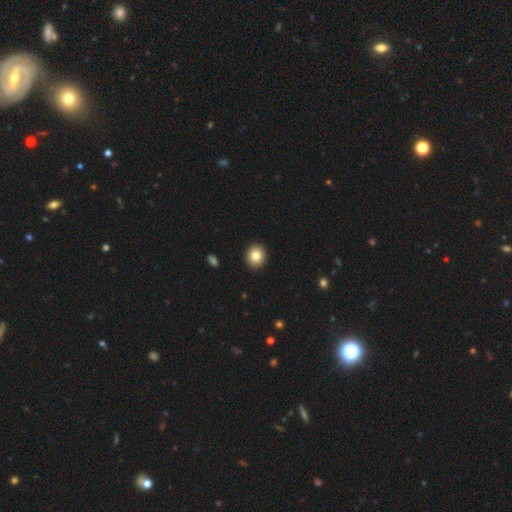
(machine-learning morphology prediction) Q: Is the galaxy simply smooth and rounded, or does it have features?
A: smooth — 84%.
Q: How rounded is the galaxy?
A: round — 85%.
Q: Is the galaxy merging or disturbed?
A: none — 93%.